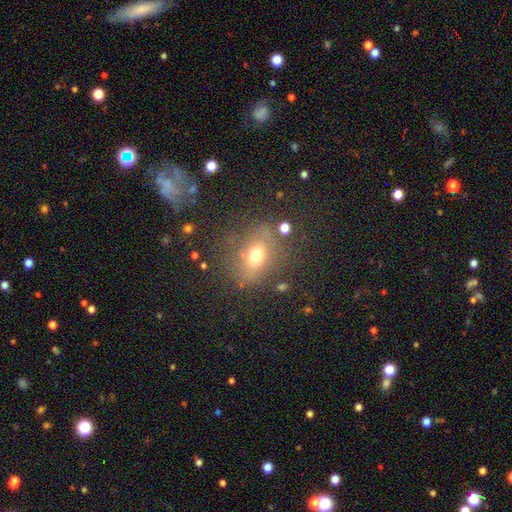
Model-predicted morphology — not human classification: A smooth galaxy with no disk features (66%) that is in between round and cigar-shaped (50%). Merging: none (70%).